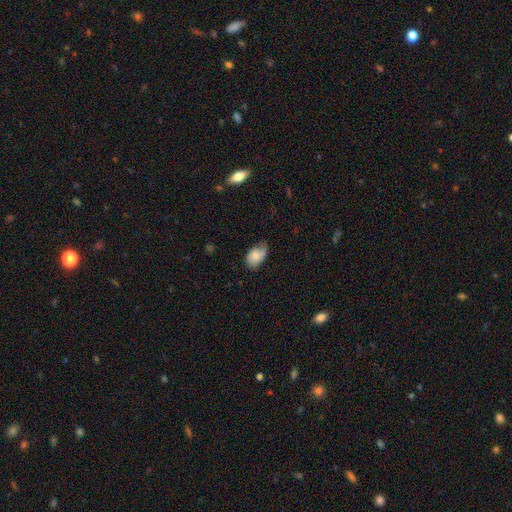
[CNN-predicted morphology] Overall: smooth (66%; featured or disk 26%). How rounded: in between (89%). Merging: none (49%; minor disturbance 38%).